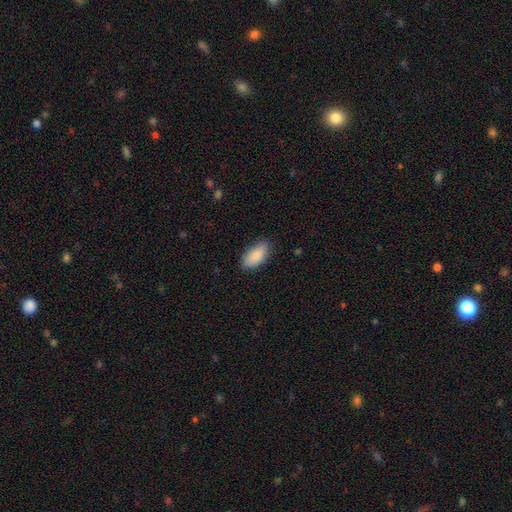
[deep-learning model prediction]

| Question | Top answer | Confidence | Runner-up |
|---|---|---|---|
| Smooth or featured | smooth | 87% | featured or disk (7%) |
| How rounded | in between | 92% | cigar-shaped (5%) |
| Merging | none | 82% | minor disturbance (15%) |